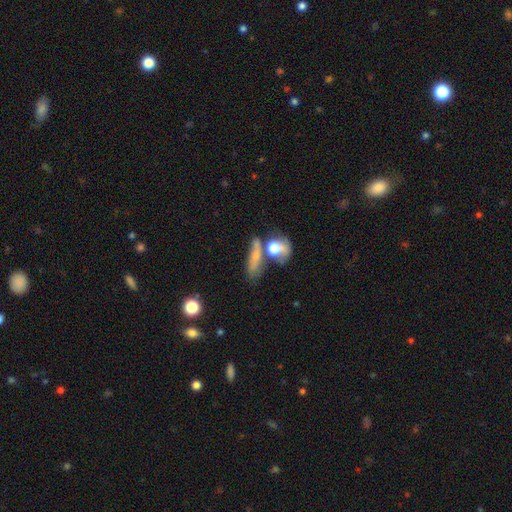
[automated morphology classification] Overall: smooth (63%; featured or disk 26%). How rounded: in between (41%; cigar-shaped 35%). Merging: merger (36%, tied with none).